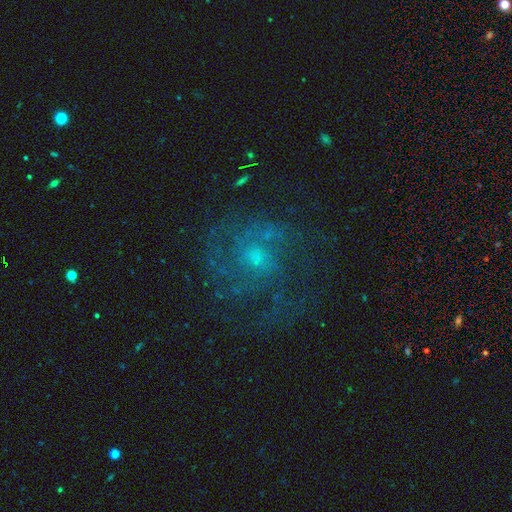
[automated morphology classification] type=featured or disk (75%); edge-on=no (98%); bar=no (72%); spiral arms=yes (90%); winding=medium (44%); arm count=can't tell (32%); bulge=small (51%); merging=none (67%).